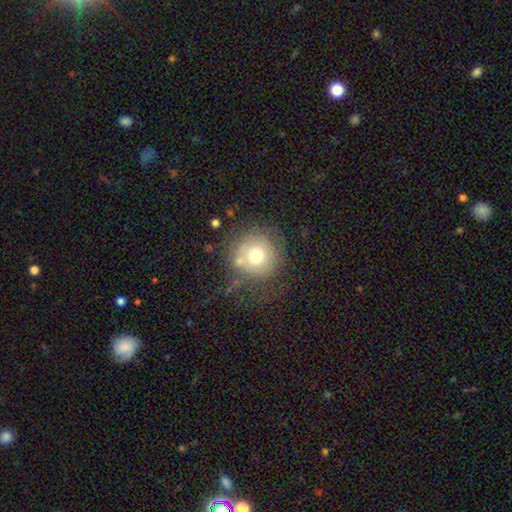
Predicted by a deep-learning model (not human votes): This is likely a smooth galaxy (69%). How rounded: clearly round (93%). Merging: likely none (63%).